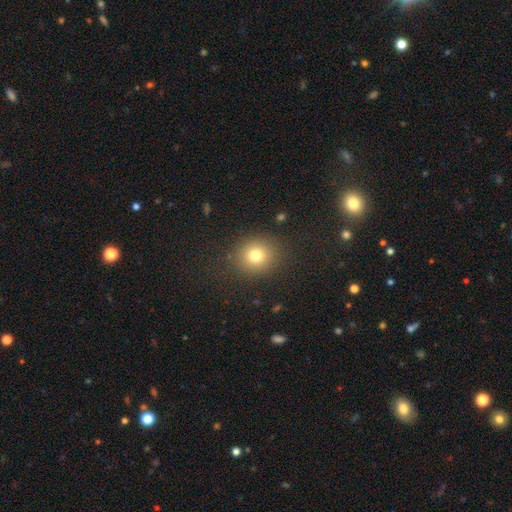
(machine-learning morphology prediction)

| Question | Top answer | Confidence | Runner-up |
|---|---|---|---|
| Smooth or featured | smooth | 77% | star or artifact (14%) |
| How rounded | round | 84% | in between (16%) |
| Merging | none | 87% | minor disturbance (8%) |